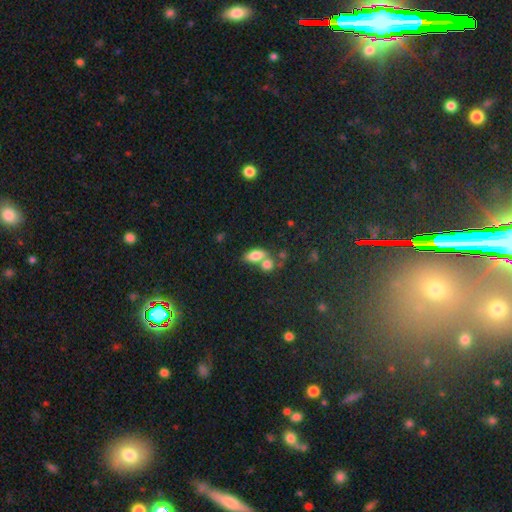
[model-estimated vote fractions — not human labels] Smooth or featured? Predicted: smooth (p=0.78). How rounded? Predicted: in between (p=0.86). Merging? Predicted: merger (p=0.45).